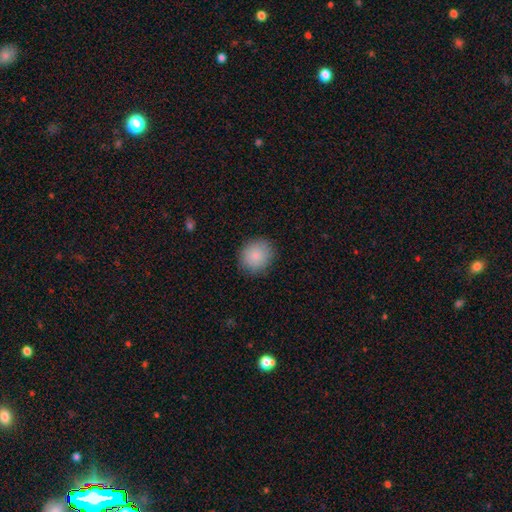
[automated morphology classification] A smooth galaxy with no disk features (87%) that is round (85%).

Vote fractions:
- Smooth or featured? smooth: 87% / star or artifact: 8% / featured or disk: 5%
- How rounded? round: 85% / in between: 14% / cigar-shaped: 1%
- Merging? none: 86% / minor disturbance: 10% / major disturbance: 3% / merger: 1%